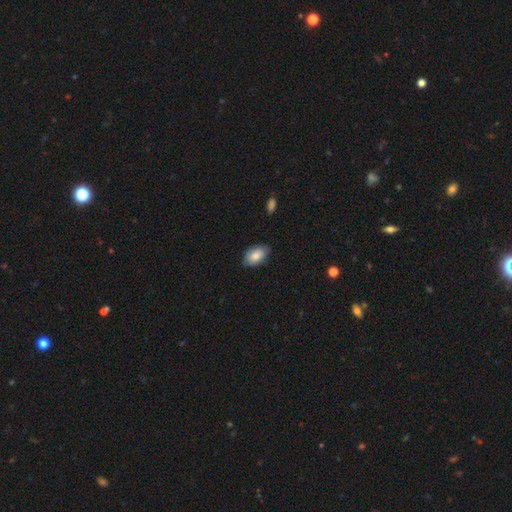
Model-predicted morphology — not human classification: type=smooth (81%); roundness=in between (93%); merging=none (78%).